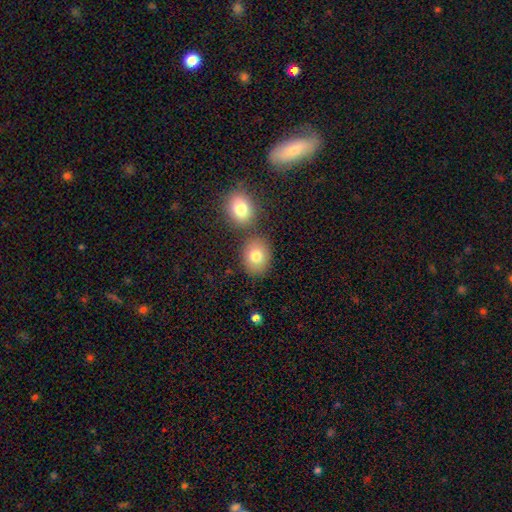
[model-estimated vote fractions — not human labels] Overall: smooth (80%). How rounded: in between (55%; round 44%). Merging: none (68%).